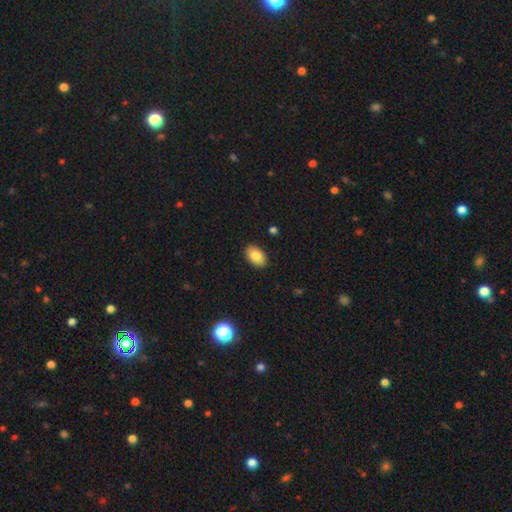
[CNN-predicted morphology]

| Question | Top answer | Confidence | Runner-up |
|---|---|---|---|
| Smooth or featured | smooth | 82% | featured or disk (10%) |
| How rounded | in between | 90% | round (8%) |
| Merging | none | 89% | minor disturbance (8%) |